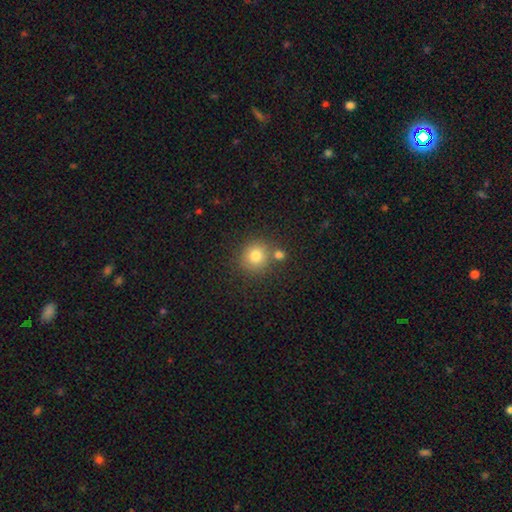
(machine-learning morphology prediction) This is likely a smooth galaxy (79%). How rounded: clearly round (90%). Merging: likely none (71%).